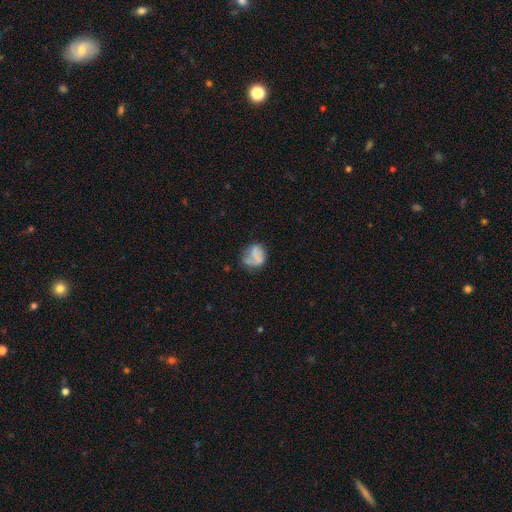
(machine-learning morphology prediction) smooth_or_featured: smooth (p=0.63) [alt: featured or disk p=0.28]
how_rounded: round (p=0.58) [alt: in between p=0.40]
merging: none (p=0.42) [alt: minor disturbance p=0.29]